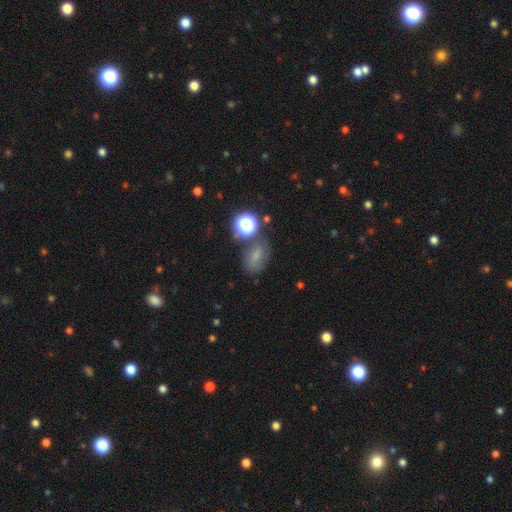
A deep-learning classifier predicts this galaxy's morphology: Smooth or featured?
  - smooth: 55% *
  - star or artifact: 25%
  - featured or disk: 20%
How rounded?
  - in between: 64% *
  - round: 34%
  - cigar-shaped: 2%
Merging?
  - none: 60% *
  - minor disturbance: 21%
  - merger: 10%
  - major disturbance: 9%